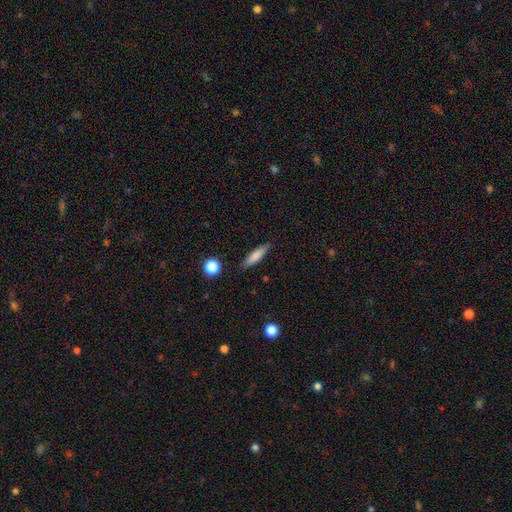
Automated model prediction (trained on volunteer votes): Smooth or featured? Predicted: smooth (p=0.79). How rounded? Predicted: cigar-shaped (p=0.79). Merging? Predicted: none (p=0.87).